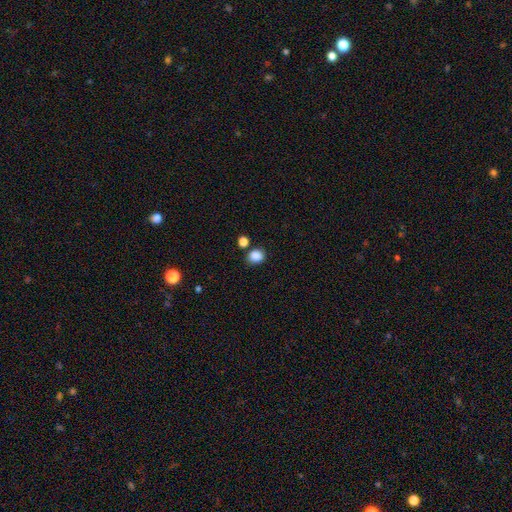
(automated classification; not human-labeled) Smooth or featured? Predicted: smooth (p=0.86). How rounded? Predicted: round (p=0.58). Merging? Predicted: none (p=0.78).